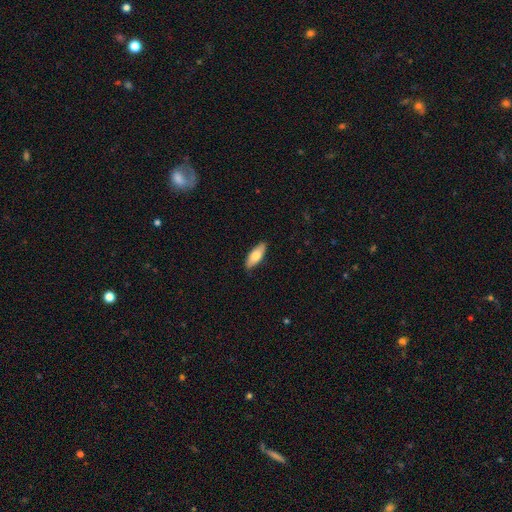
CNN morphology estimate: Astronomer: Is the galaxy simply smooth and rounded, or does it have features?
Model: smooth — 76%.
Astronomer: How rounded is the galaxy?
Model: in between — 69%.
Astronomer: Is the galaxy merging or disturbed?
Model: none — 87%.